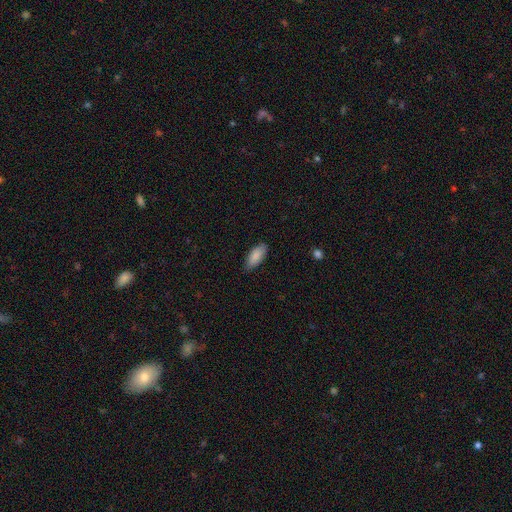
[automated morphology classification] smooth_or_featured: smooth (p=0.88) [alt: featured or disk p=0.07]
how_rounded: in between (p=0.83) [alt: cigar-shaped p=0.15]
merging: none (p=0.84) [alt: minor disturbance p=0.12]